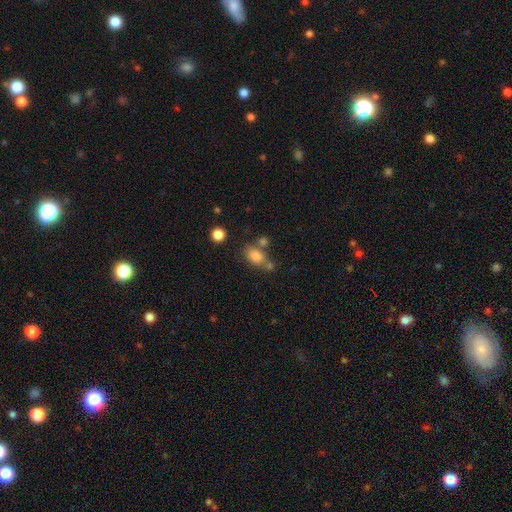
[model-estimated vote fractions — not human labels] smooth_or_featured: smooth (p=0.81) [alt: star or artifact p=0.11]
how_rounded: in between (p=0.74) [alt: round p=0.24]
merging: none (p=0.51) [alt: merger p=0.26]